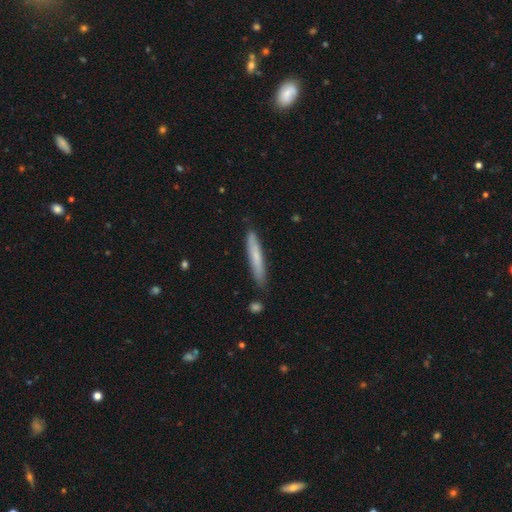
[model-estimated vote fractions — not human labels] smooth-or-featured: smooth: 66% | featured or disk: 28% | star or artifact: 6%
  how-rounded: cigar-shaped: 95% | in between: 4% | round: 1%
  merging: none: 85% | minor disturbance: 11% | merger: 2% | major disturbance: 2%